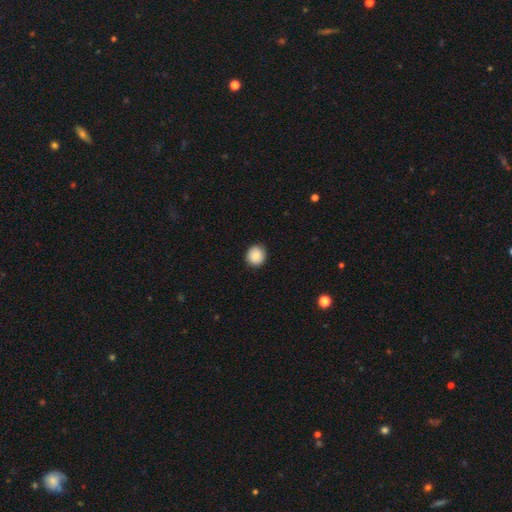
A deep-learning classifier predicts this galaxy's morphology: Smooth or featured?
  - smooth: 87% *
  - star or artifact: 8%
  - featured or disk: 5%
How rounded?
  - round: 85% *
  - in between: 14%
  - cigar-shaped: 1%
Merging?
  - none: 89% *
  - minor disturbance: 8%
  - major disturbance: 2%
  - merger: 1%